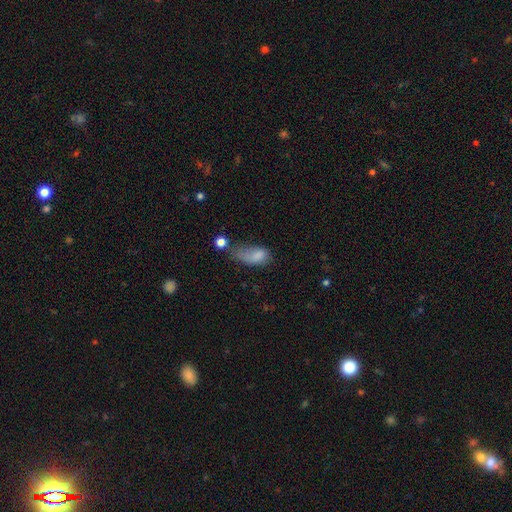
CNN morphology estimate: The model was most divided on "merging": major disturbance: 41%, minor disturbance: 27%, none: 19%, merger: 14%. More confident: how rounded — in between (86%); smooth or featured — smooth (76%).